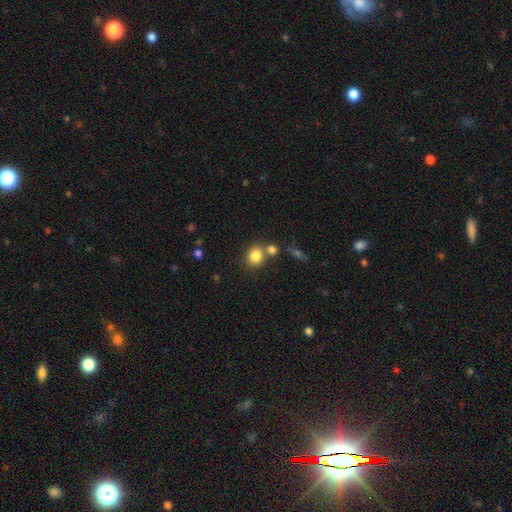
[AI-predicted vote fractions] Smooth or featured: smooth — 83% (star or artifact — 10%)
How rounded: round — 74% (in between — 25%)
Merging: none — 61% (merger — 25%)